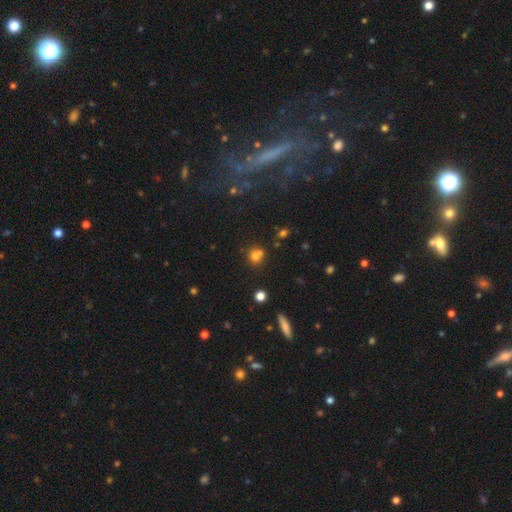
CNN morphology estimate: smooth-or-featured: smooth: 69% | star or artifact: 19% | featured or disk: 12%
  how-rounded: round: 82% | in between: 16% | cigar-shaped: 1%
  merging: none: 52% | merger: 34% | minor disturbance: 10% | major disturbance: 4%